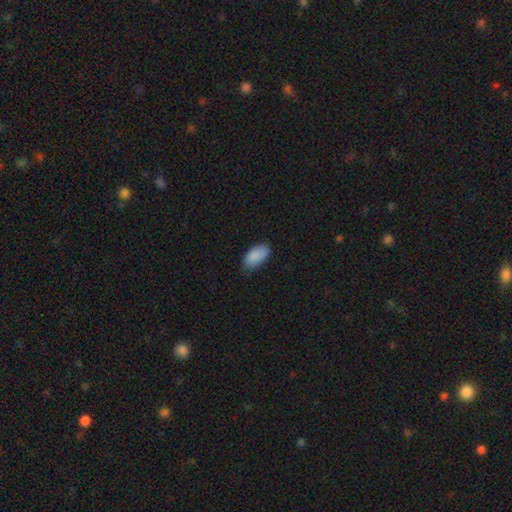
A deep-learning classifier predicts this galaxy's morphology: type=smooth (89%); roundness=in between (94%); merging=none (74%).